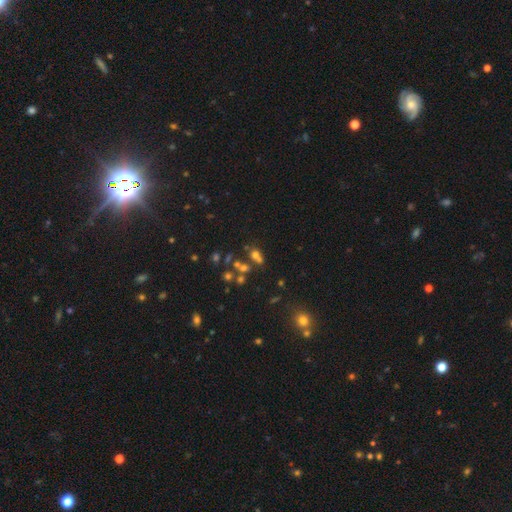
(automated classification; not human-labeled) A smooth galaxy with no disk features (51%) that is round (54%).

Vote fractions:
- Smooth or featured? smooth: 51% / star or artifact: 28% / featured or disk: 20%
- How rounded? round: 54% / in between: 43% / cigar-shaped: 3%
- Merging? none: 42% / merger: 40% / minor disturbance: 10% / major disturbance: 7%